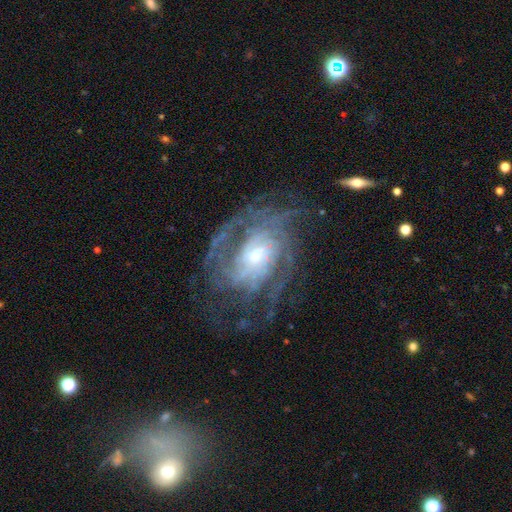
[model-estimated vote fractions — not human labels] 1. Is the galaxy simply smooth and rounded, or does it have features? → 88% featured or disk, 6% smooth, 6% star or artifact.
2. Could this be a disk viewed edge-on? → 96% no, 4% yes.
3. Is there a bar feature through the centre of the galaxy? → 57% no, 33% weak, 10% strong.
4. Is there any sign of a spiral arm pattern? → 94% yes, 6% no.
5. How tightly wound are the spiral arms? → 54% tight, 33% medium, 13% loose.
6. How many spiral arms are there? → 37% can't tell, 19% 2, 14% 3, 13% 4, 9% more than 4, 7% 1.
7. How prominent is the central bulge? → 54% small, 40% moderate, 4% large, 1% none, 1% dominant.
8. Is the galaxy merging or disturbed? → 63% none, 18% major disturbance, 17% minor disturbance, 2% merger.